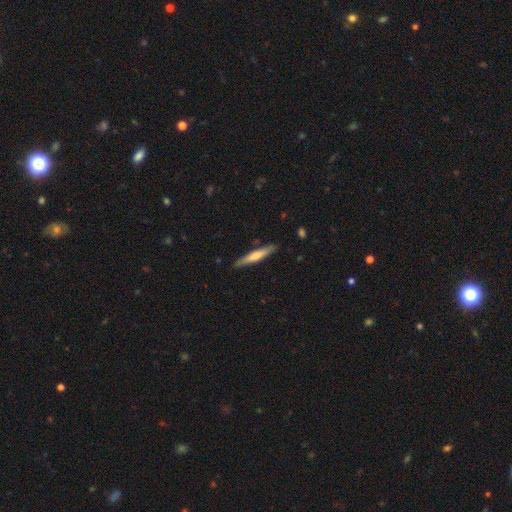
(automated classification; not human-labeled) Smooth or featured: smooth — 61% (featured or disk — 34%)
How rounded: cigar-shaped — 91% (in between — 7%)
Merging: none — 87% (minor disturbance — 10%)